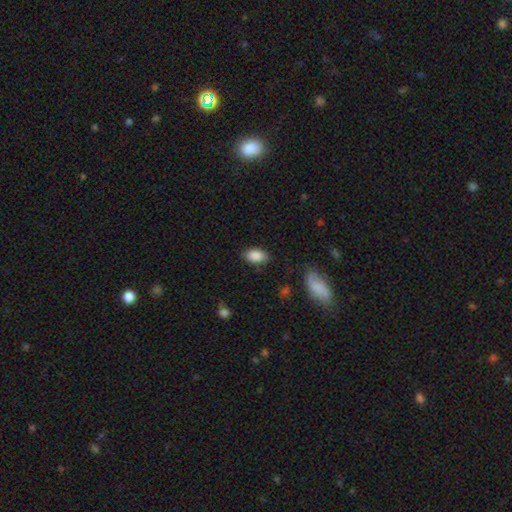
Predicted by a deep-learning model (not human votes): Smooth or featured? smooth (89%)
How rounded? in between (91%)
Merging? none (84%)